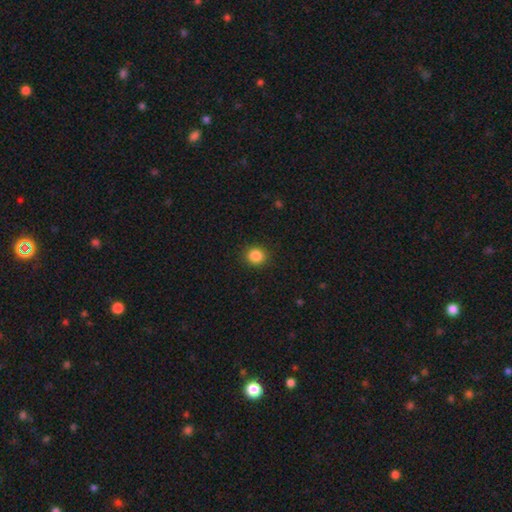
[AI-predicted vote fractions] This is clearly a smooth galaxy (86%). How rounded: clearly round (85%). Merging: clearly none (91%).